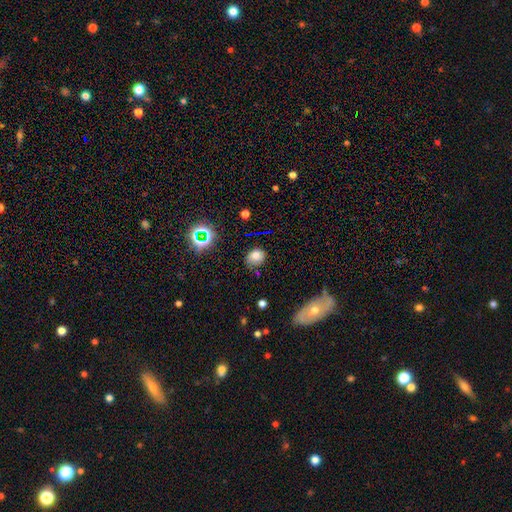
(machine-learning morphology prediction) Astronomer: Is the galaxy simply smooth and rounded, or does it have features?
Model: smooth — 70%.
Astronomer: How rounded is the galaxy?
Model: round — 57% (runner-up: in between, 41%).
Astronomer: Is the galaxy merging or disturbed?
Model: none — 69%.